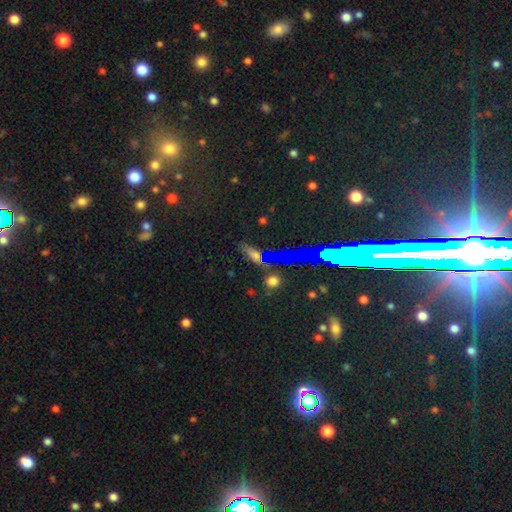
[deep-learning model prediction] The model was most divided on "smooth or featured": smooth: 44%, star or artifact: 41%, featured or disk: 15%. More confident: merging — none (77%).